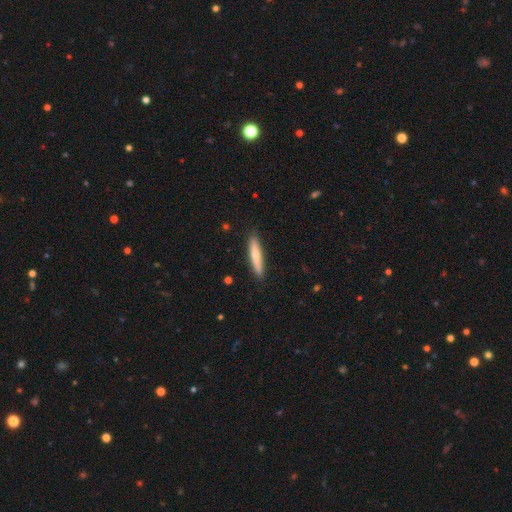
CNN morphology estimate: Overall: smooth (72%). How rounded: cigar-shaped (90%). Merging: none (89%).